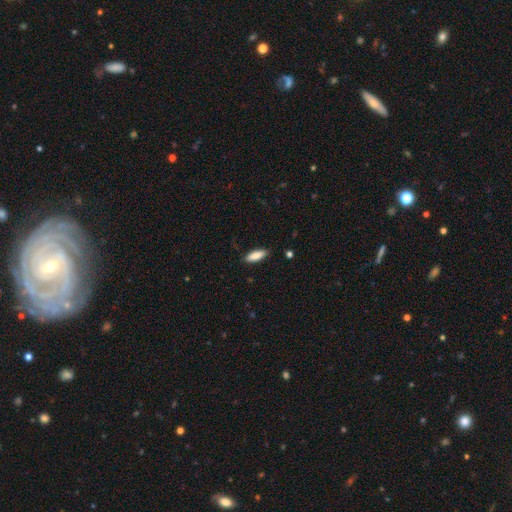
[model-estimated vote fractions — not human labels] This appears to be a smooth galaxy with no disk features (86%) that is in between round and cigar-shaped (59%). Merging: none (87%).